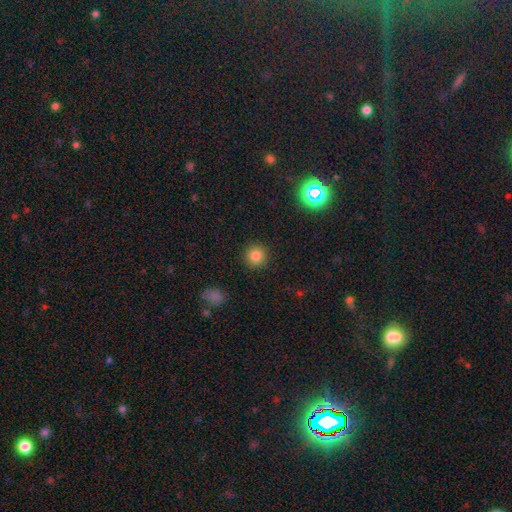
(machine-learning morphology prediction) Overall: smooth (84%). How rounded: round (94%). Merging: none (91%).